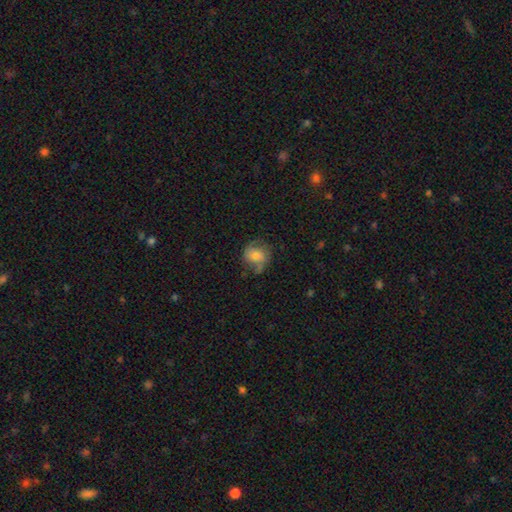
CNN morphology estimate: Overall: smooth (51%; featured or disk 40%). How rounded: round (70%). Merging: none (60%; minor disturbance 25%).